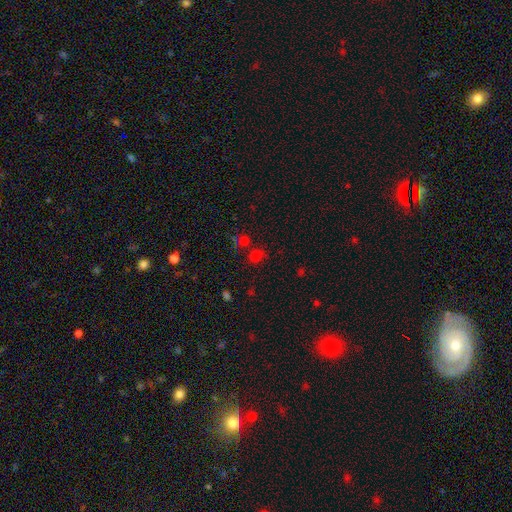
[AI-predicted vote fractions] Q: Smooth or featured?
A: smooth (61%); runner-up: star or artifact (32%)
Q: How rounded?
A: round (74%); runner-up: in between (25%)
Q: Merging?
A: none (60%); runner-up: merger (23%)